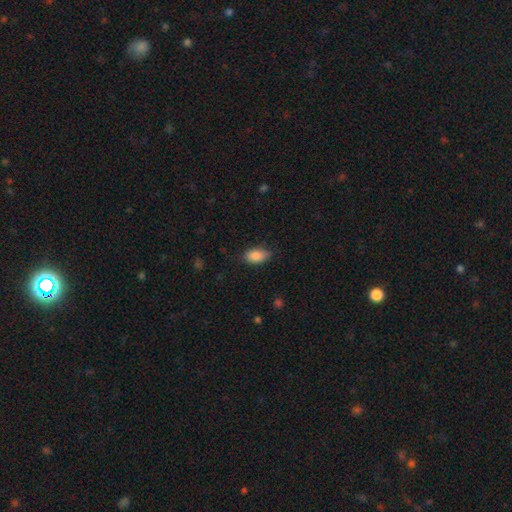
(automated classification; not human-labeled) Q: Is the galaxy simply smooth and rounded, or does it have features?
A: smooth — 87%.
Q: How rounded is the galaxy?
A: in between — 92%.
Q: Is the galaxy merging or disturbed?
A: none — 82%.